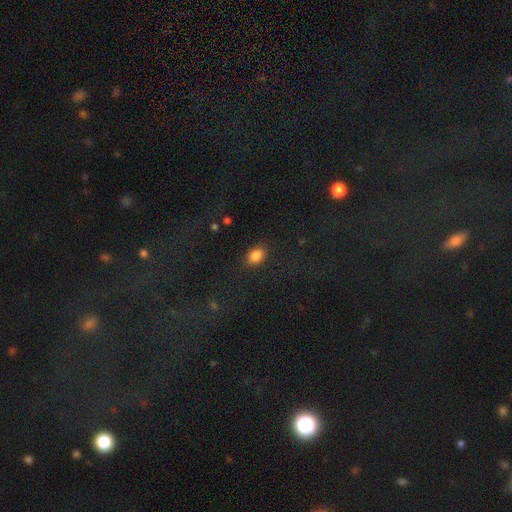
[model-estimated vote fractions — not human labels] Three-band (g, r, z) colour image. It shows a smooth galaxy with no disk features (84%) that is in between round and cigar-shaped (71%). Merging: none (85%).